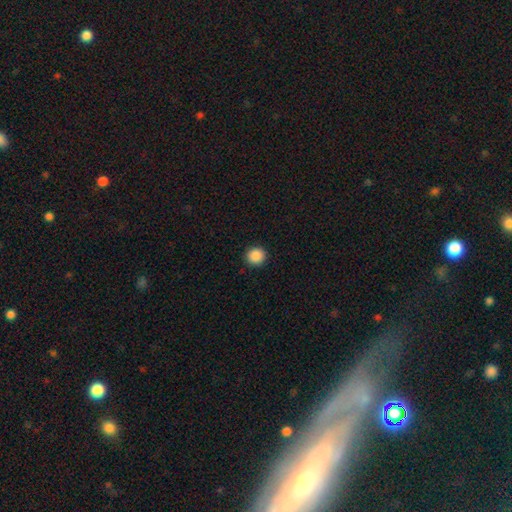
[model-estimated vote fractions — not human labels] Smooth or featured?
  - smooth: 88% *
  - star or artifact: 9%
  - featured or disk: 2%
How rounded?
  - round: 94% *
  - in between: 5%
  - cigar-shaped: 1%
Merging?
  - none: 92% *
  - minor disturbance: 5%
  - major disturbance: 2%
  - merger: 1%